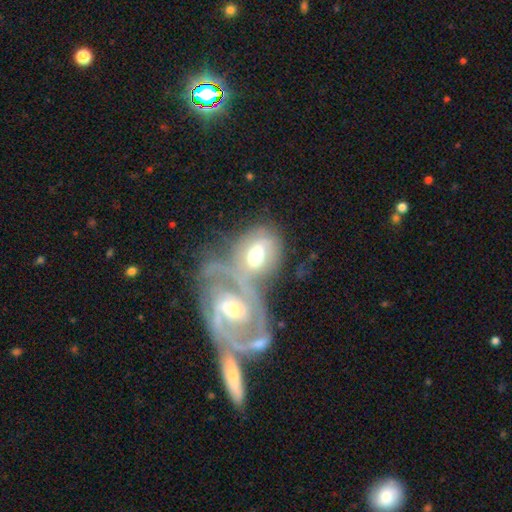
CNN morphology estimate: The model was most divided on "bar": no: 49%, weak: 34%, strong: 17%. More confident: edge-on disk — no (93%); merging — merger (74%); spiral arms — yes (68%); bulge size — moderate (64%); smooth or featured — featured or disk (58%).